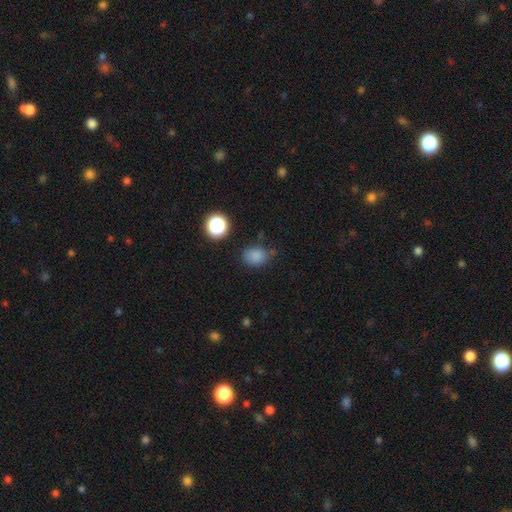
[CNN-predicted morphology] smooth_or_featured: smooth (p=0.81) [alt: star or artifact p=0.14]
how_rounded: in between (p=0.51) [alt: round p=0.48]
merging: none (p=0.65) [alt: minor disturbance p=0.24]